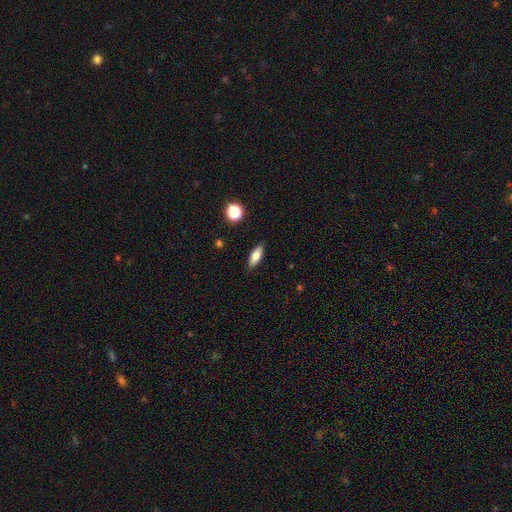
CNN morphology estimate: A smooth galaxy with no disk features (74%) that is in between round and cigar-shaped (68%).

Vote fractions:
- Smooth or featured? smooth: 74% / featured or disk: 18% / star or artifact: 8%
- How rounded? in between: 68% / cigar-shaped: 28% / round: 4%
- Merging? none: 88% / minor disturbance: 9% / major disturbance: 2% / merger: 1%